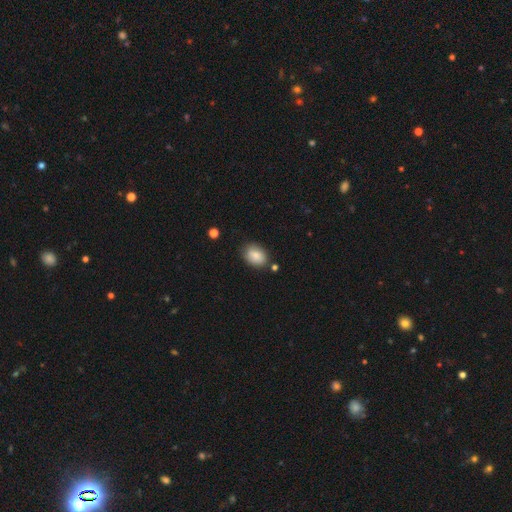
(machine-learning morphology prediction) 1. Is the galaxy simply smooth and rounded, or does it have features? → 85% smooth, 8% featured or disk, 7% star or artifact.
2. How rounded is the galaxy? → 79% in between, 20% round, 1% cigar-shaped.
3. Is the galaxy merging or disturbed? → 77% none, 15% minor disturbance, 4% merger, 3% major disturbance.